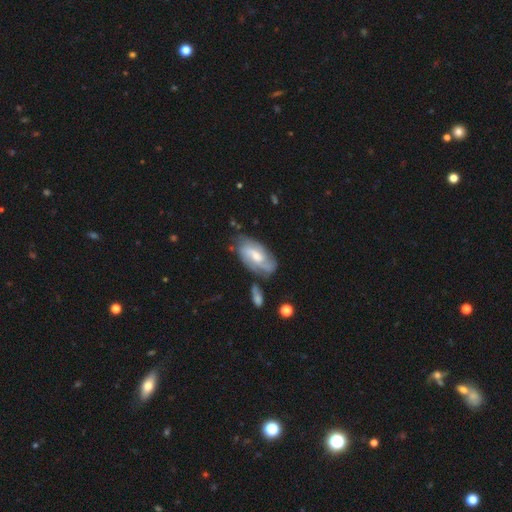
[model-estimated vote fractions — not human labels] A featured or disk galaxy (72%) with a weak bar (49%), 2 (53%) medium (43%) spiral arms (91%) and a moderate central bulge (55%).

Vote fractions:
- Smooth or featured? featured or disk: 72% / smooth: 22% / star or artifact: 6%
- Edge-on disk? no: 94% / yes: 6%
- Bar? weak: 49% / no: 40% / strong: 11%
- Spiral arms? yes: 91% / no: 9%
- Spiral winding? medium: 43% / tight: 35% / loose: 21%
- Spiral arm count? 2: 53% / can't tell: 24% / 3: 14% / 1: 4% / 4: 3% / more than 4: 2%
- Bulge size? moderate: 55% / small: 36% / large: 5% / none: 3% / dominant: 1%
- Merging? none: 61% / minor disturbance: 23% / major disturbance: 9% / merger: 7%